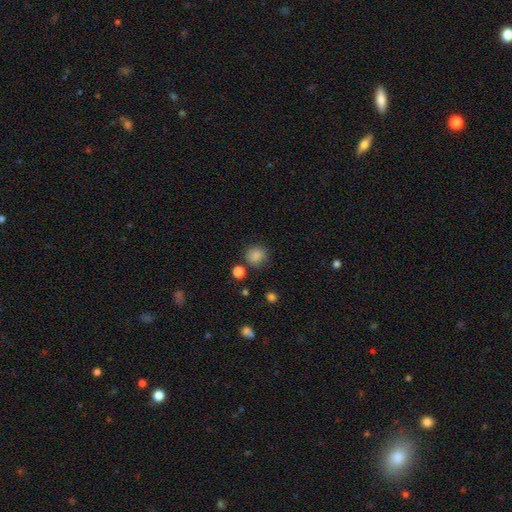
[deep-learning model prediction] This is clearly a smooth galaxy (85%). How rounded: clearly round (88%). Merging: likely none (80%).